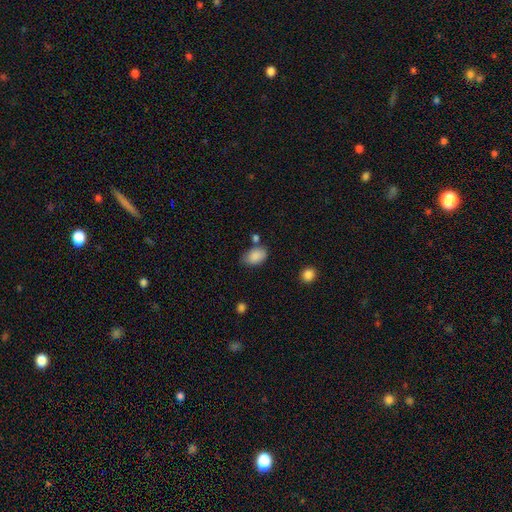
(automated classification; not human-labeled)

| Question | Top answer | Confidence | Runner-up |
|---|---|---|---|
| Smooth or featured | smooth | 87% | star or artifact (8%) |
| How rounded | in between | 86% | round (13%) |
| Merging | none | 60% | minor disturbance (25%) |